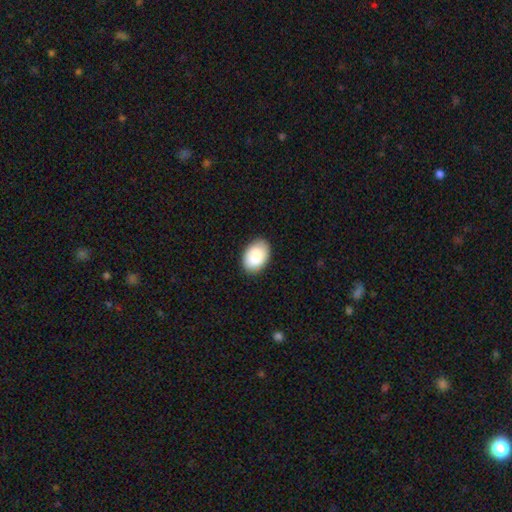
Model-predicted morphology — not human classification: smooth_or_featured: smooth (p=0.82) [alt: featured or disk p=0.12]
how_rounded: in between (p=0.89) [alt: round p=0.10]
merging: none (p=0.85) [alt: minor disturbance p=0.12]